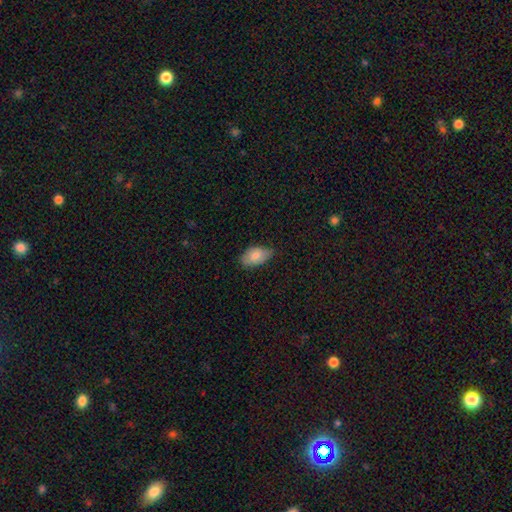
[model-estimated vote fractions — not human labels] A smooth galaxy with no disk features (81%) that is in between round and cigar-shaped (93%). Merging: none (67%).